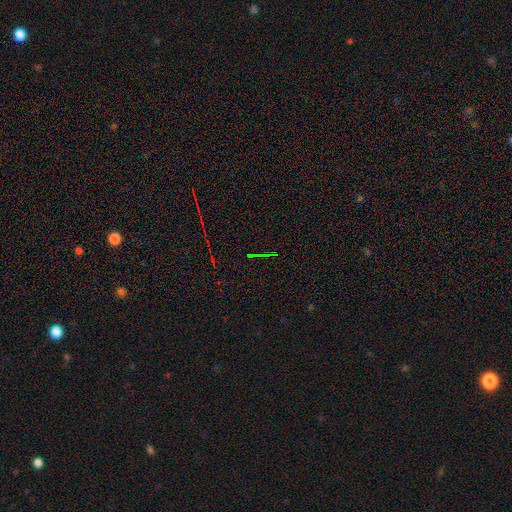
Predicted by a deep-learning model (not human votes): smooth_or_featured: star or artifact (p=0.78) [alt: featured or disk p=0.12]